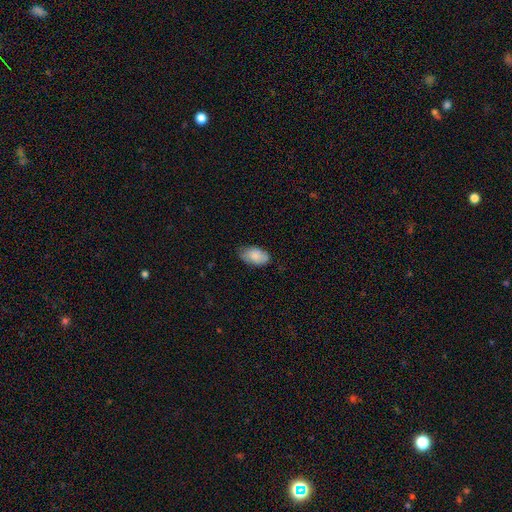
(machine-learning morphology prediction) Smooth or featured? Predicted: smooth (p=0.83). How rounded? Predicted: in between (p=0.93). Merging? Predicted: none (p=0.70).